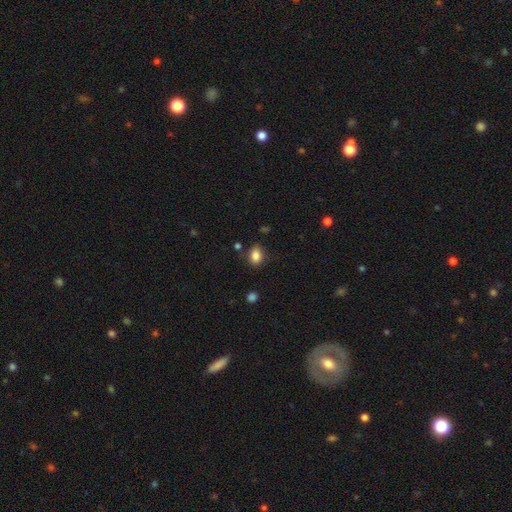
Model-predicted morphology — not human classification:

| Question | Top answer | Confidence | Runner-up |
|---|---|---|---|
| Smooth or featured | smooth | 84% | star or artifact (10%) |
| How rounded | in between | 70% | round (29%) |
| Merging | none | 76% | minor disturbance (16%) |